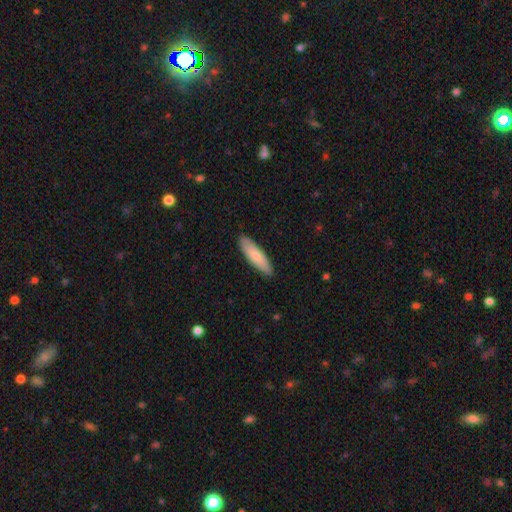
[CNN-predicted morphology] Smooth or featured?
  - smooth: 78% *
  - featured or disk: 17%
  - star or artifact: 5%
How rounded?
  - cigar-shaped: 62% *
  - in between: 37%
  - round: 2%
Merging?
  - none: 88% *
  - minor disturbance: 9%
  - major disturbance: 2%
  - merger: 1%